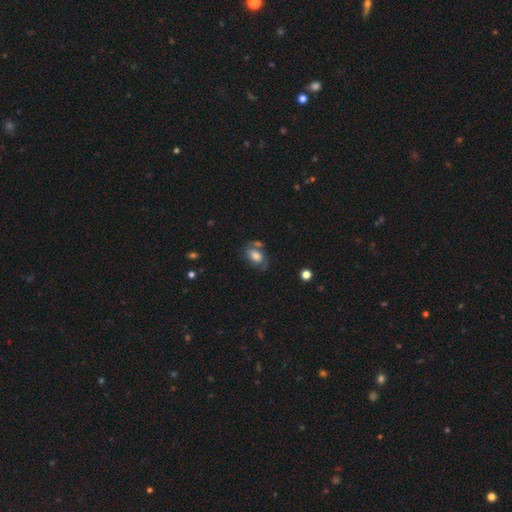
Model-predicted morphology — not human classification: smooth_or_featured: smooth (p=0.64) [alt: featured or disk p=0.27]
how_rounded: in between (p=0.86) [alt: round p=0.11]
merging: none (p=0.50) [alt: minor disturbance p=0.23]